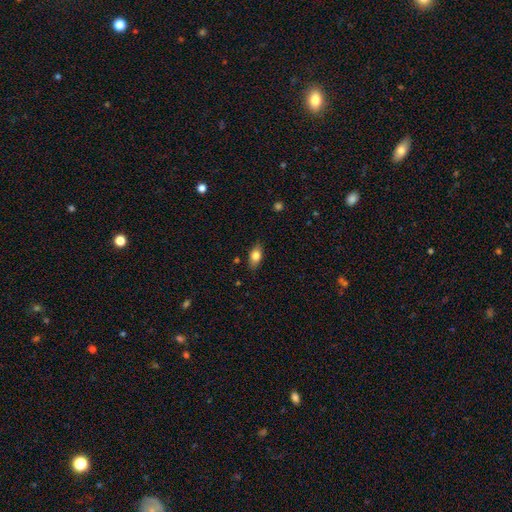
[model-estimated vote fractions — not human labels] Smooth or featured?
  - smooth: 77% *
  - featured or disk: 15%
  - star or artifact: 7%
How rounded?
  - in between: 86% *
  - cigar-shaped: 8%
  - round: 6%
Merging?
  - none: 83% *
  - minor disturbance: 13%
  - major disturbance: 3%
  - merger: 1%